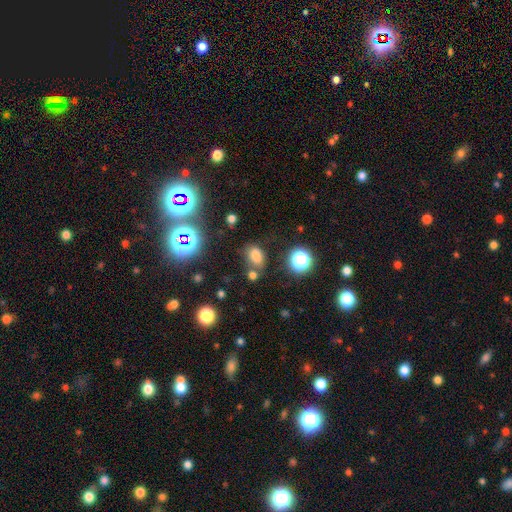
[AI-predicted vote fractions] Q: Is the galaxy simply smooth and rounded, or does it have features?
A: smooth — 73%.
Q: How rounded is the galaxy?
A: in between — 77%.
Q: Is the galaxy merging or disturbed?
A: none — 65%.